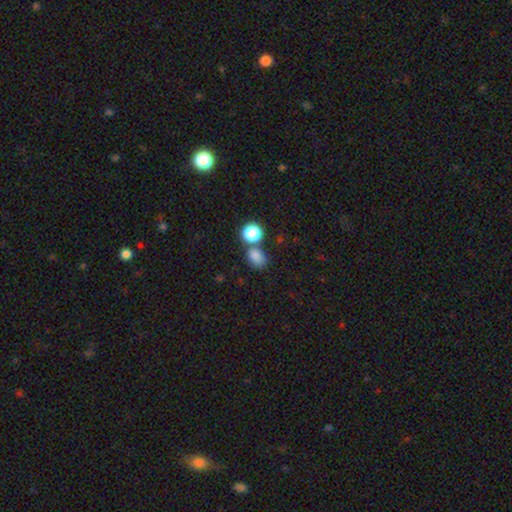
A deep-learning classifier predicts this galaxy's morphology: A smooth galaxy with no disk features (82%) that is in between round and cigar-shaped (56%). Merging: none (53%).